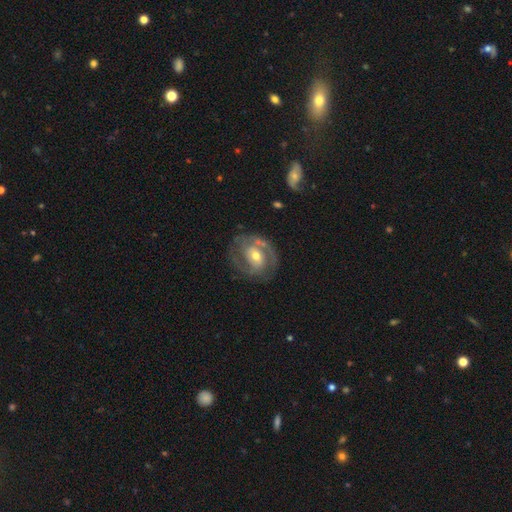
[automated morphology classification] Overall: featured or disk (81%). Edge-on disk: no (97%). Bar: no (43%; weak 37%). Spiral arms: yes (85%). Spiral arm count: 2 (72%). Spiral winding: tight (45%; medium 43%). Bulge size: moderate (62%; small 32%). Merging: none (71%).